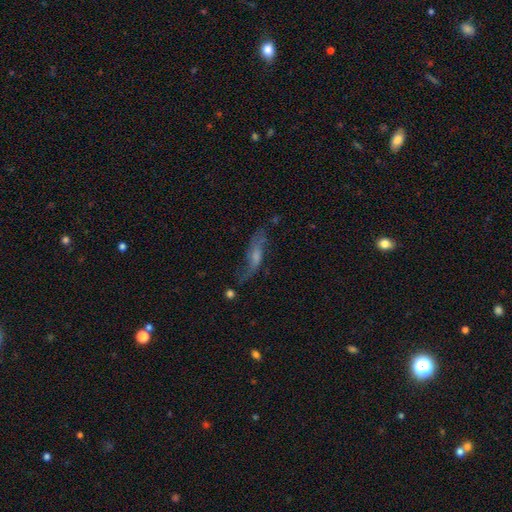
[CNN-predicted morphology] type=featured or disk (64%); edge-on=no (73%); merging=none (57%).